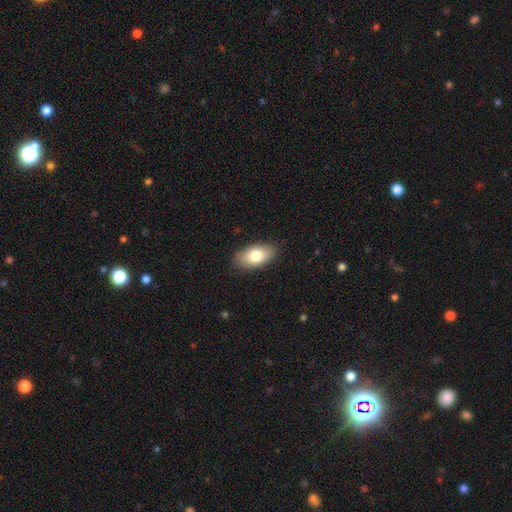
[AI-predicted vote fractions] This appears to be a smooth galaxy with no disk features (79%) that is in between round and cigar-shaped (93%). Merging: none (87%).